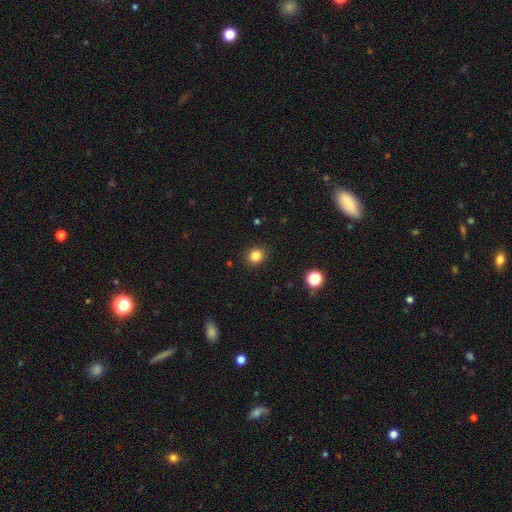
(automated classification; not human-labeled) A smooth galaxy with no disk features (83%) that is round (79%).

Vote fractions:
- Smooth or featured? smooth: 83% / star or artifact: 12% / featured or disk: 4%
- How rounded? round: 79% / in between: 20% / cigar-shaped: 1%
- Merging? none: 89% / minor disturbance: 8% / major disturbance: 2% / merger: 1%